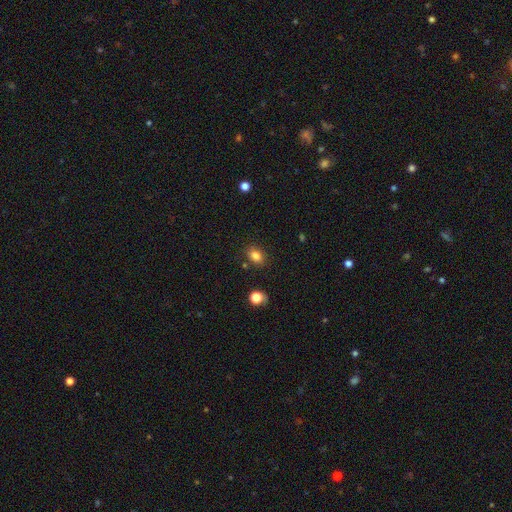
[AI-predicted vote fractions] Smooth or featured? smooth (82%)
How rounded? in between (65%)
Merging? none (83%)